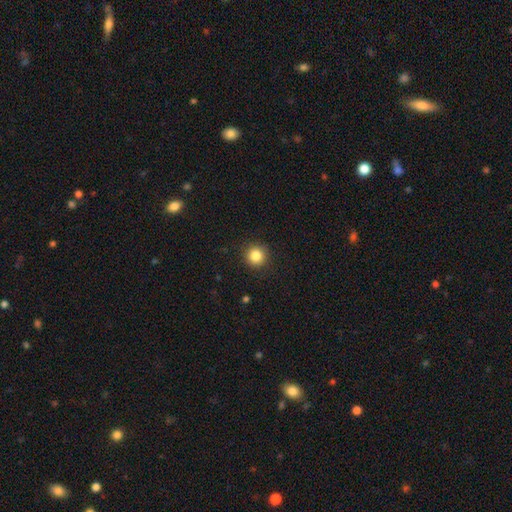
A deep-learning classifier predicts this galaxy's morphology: Smooth or featured: smooth — 84% (star or artifact — 11%)
How rounded: round — 95% (in between — 4%)
Merging: none — 92% (minor disturbance — 6%)